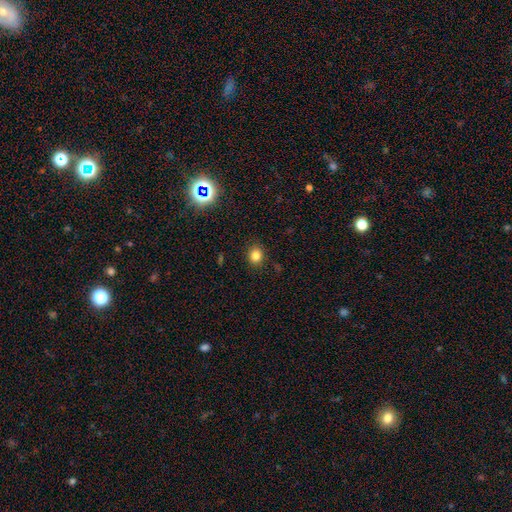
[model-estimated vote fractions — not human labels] This is clearly a smooth galaxy (82%). How rounded: likely round (75%). Merging: clearly none (88%).